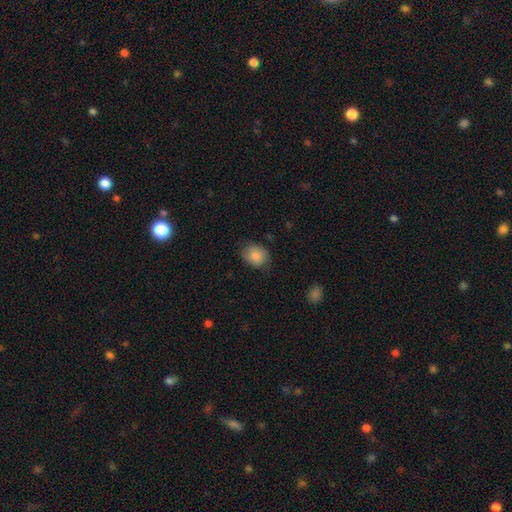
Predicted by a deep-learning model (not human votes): This is clearly a smooth galaxy (85%). How rounded: possibly in between (52%). Merging: likely none (70%).